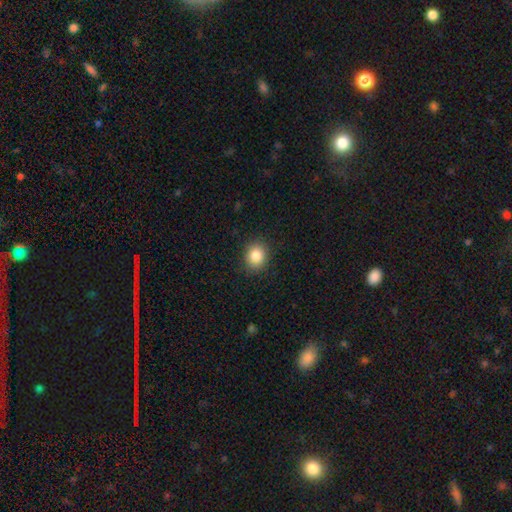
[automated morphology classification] Smooth or featured? Predicted: smooth (p=0.85). How rounded? Predicted: round (p=0.66). Merging? Predicted: none (p=0.88).